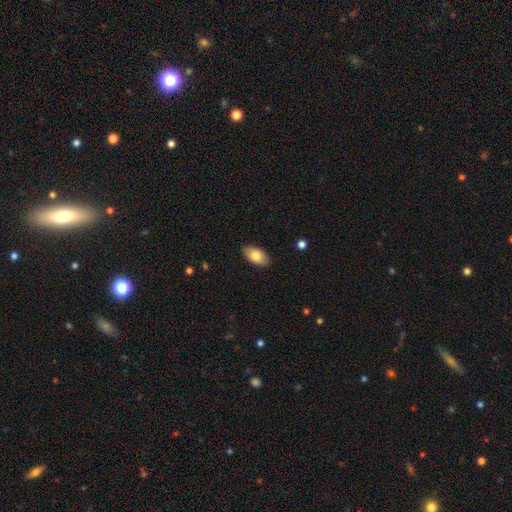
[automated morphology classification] This appears to be a smooth galaxy with no disk features (81%) that is in between round and cigar-shaped (93%). Merging: none (86%).